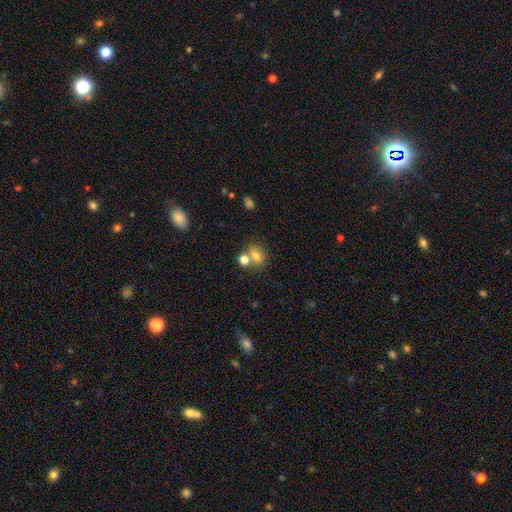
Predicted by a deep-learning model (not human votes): Smooth or featured?
  - smooth: 76% *
  - featured or disk: 12%
  - star or artifact: 12%
How rounded?
  - in between: 64% *
  - round: 33%
  - cigar-shaped: 2%
Merging?
  - none: 50% *
  - merger: 35%
  - minor disturbance: 11%
  - major disturbance: 4%